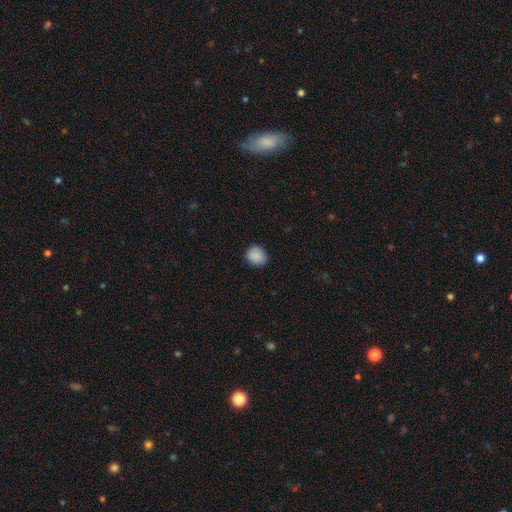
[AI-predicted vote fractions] smooth-or-featured: smooth: 89% | star or artifact: 8% | featured or disk: 3%
  how-rounded: round: 69% | in between: 31% | cigar-shaped: 1%
  merging: none: 84% | minor disturbance: 12% | major disturbance: 2% | merger: 1%